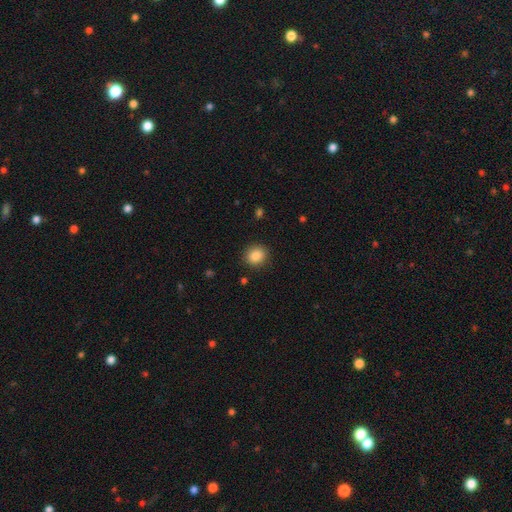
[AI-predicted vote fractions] This is clearly a smooth galaxy (87%). How rounded: likely round (74%). Merging: clearly none (89%).